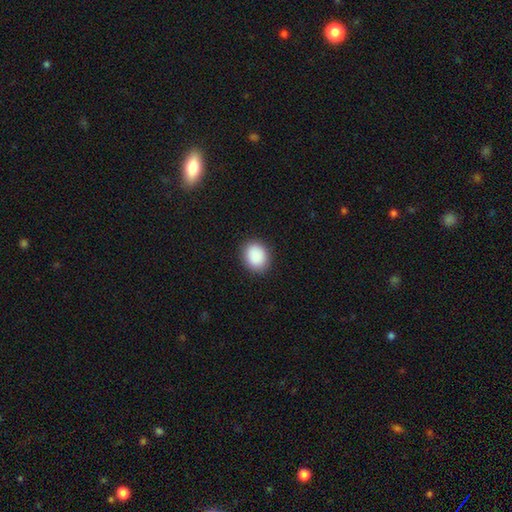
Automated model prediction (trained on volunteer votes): This is clearly a smooth galaxy (90%). How rounded: possibly round (52%). Merging: clearly none (89%).